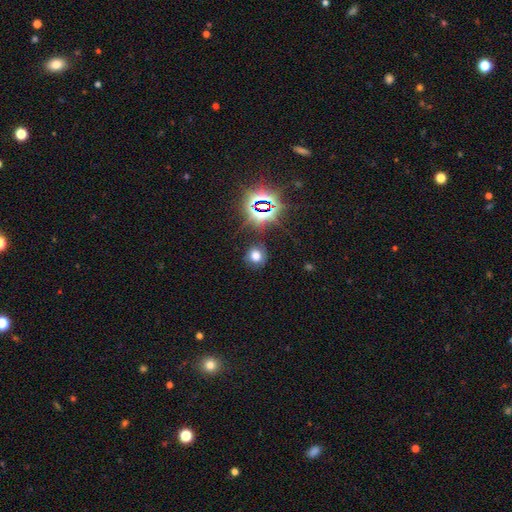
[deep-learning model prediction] Smooth or featured? Predicted: smooth (p=0.62). How rounded? Predicted: round (p=0.76). Merging? Predicted: none (p=0.80).